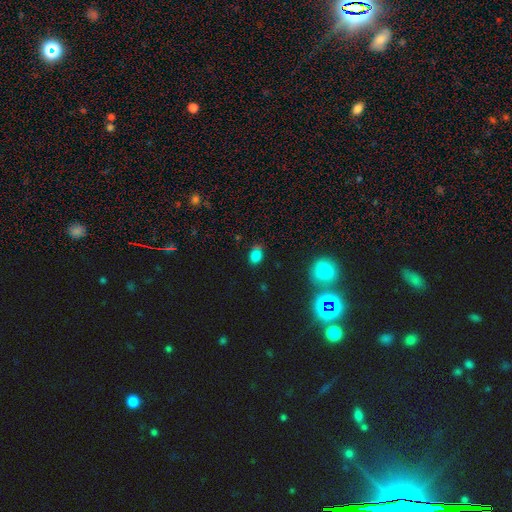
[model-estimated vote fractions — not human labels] Smooth or featured: smooth — 75% (star or artifact — 19%)
How rounded: in between — 61% (round — 38%)
Merging: none — 71% (minor disturbance — 18%)